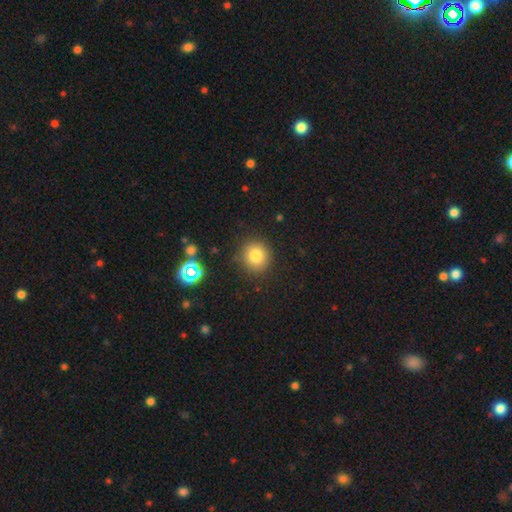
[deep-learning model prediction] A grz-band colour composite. It shows a smooth galaxy with no disk features (79%) that is round (92%). Merging: none (87%).